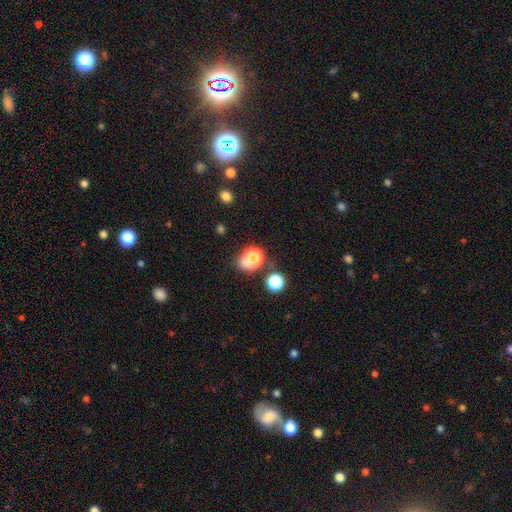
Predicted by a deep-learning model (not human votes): A smooth galaxy with no disk features (53%) that is round (53%). Merging: none (82%).